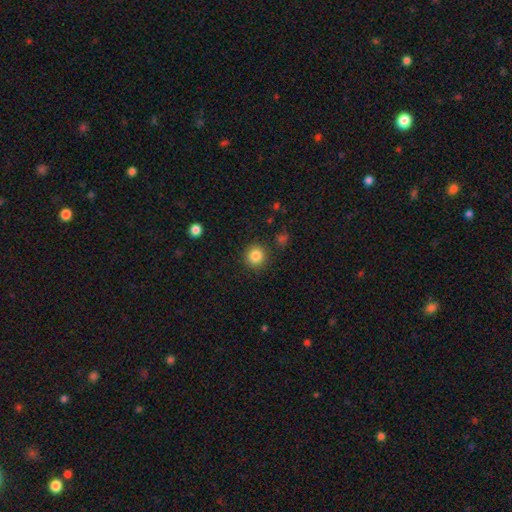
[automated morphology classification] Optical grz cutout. It shows a smooth galaxy with no disk features (85%) that is round (92%). Merging: none (89%).